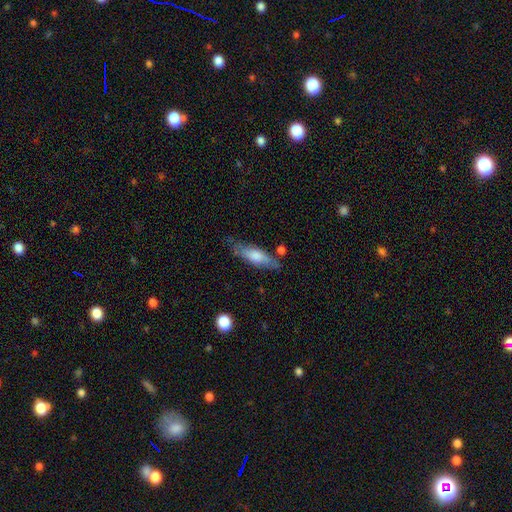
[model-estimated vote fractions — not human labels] smooth_or_featured: smooth (p=0.62) [alt: featured or disk p=0.32]
how_rounded: cigar-shaped (p=0.56) [alt: in between p=0.42]
merging: none (p=0.69) [alt: minor disturbance p=0.21]